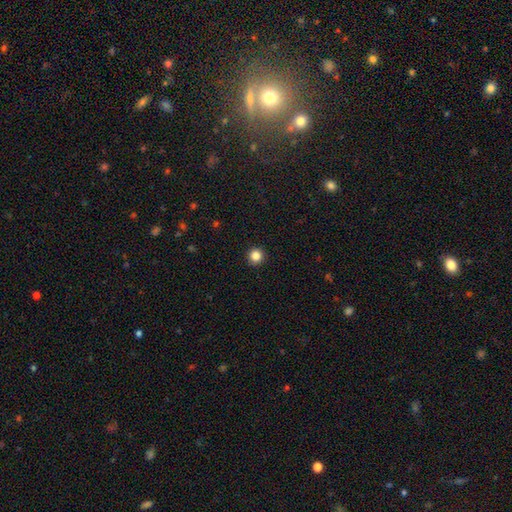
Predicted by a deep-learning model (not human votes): The model was most divided on "smooth or featured": smooth: 85%, star or artifact: 11%, featured or disk: 4%. More confident: how rounded — round (95%); merging — none (93%).